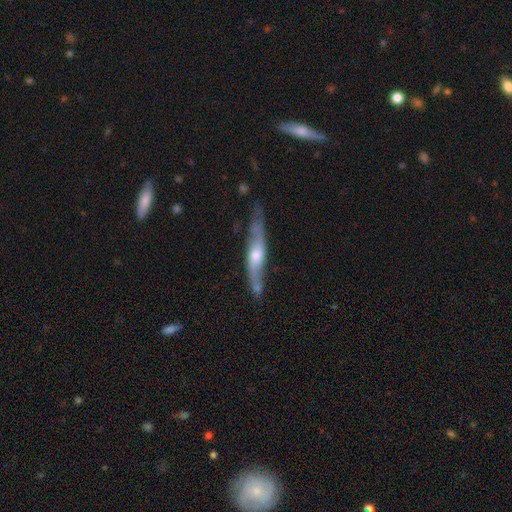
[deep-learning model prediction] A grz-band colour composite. It shows a featured or disk galaxy (74%) viewed edge-on (68%). Merging: none (68%).